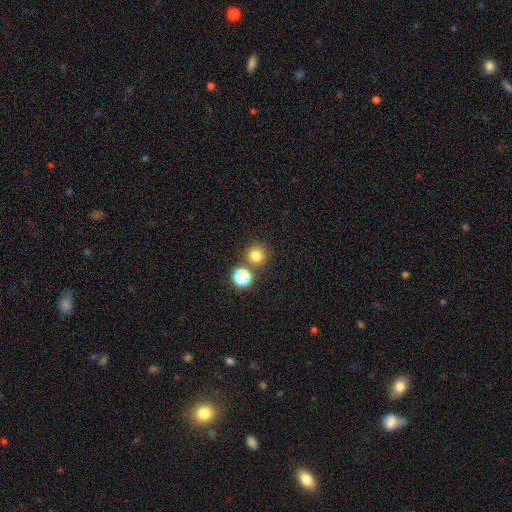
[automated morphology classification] smooth_or_featured: smooth (p=0.77) [alt: star or artifact p=0.17]
how_rounded: round (p=0.94) [alt: in between p=0.05]
merging: none (p=0.78) [alt: merger p=0.13]